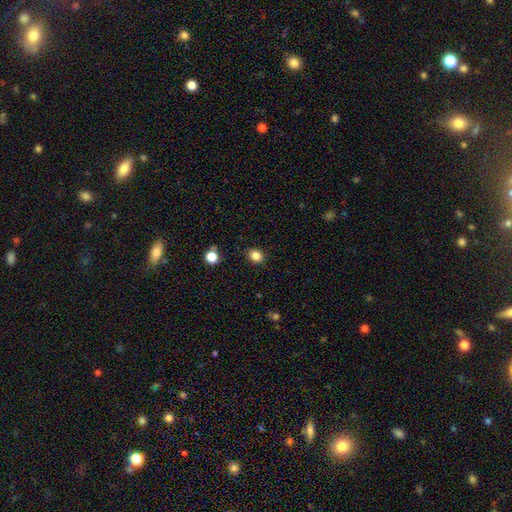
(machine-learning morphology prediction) The model was most divided on "how rounded": round: 56%, in between: 43%, cigar-shaped: 1%. More confident: merging — none (88%); smooth or featured — smooth (84%).